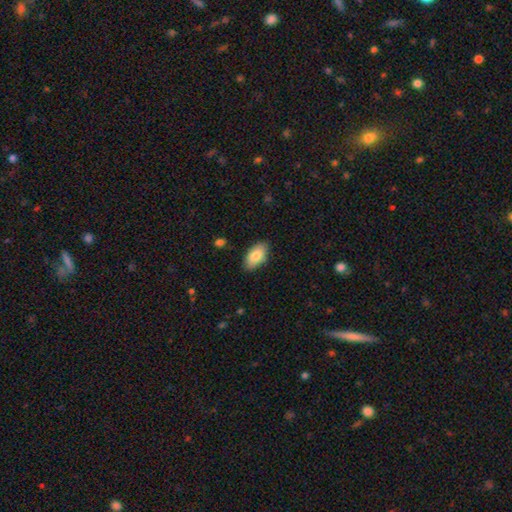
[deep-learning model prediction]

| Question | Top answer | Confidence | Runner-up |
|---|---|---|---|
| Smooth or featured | smooth | 84% | featured or disk (10%) |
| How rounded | in between | 94% | round (4%) |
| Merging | none | 84% | minor disturbance (12%) |